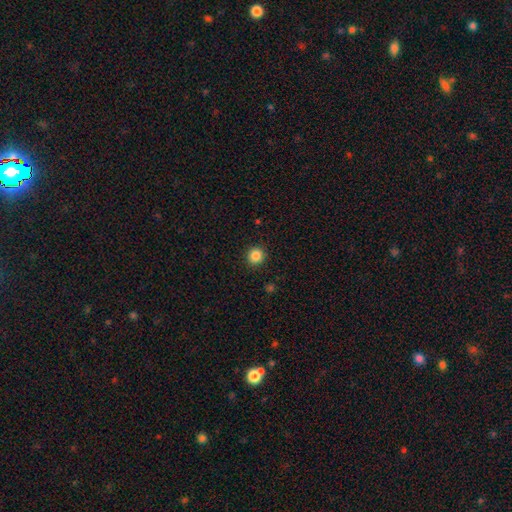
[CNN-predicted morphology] Smooth or featured? Predicted: smooth (p=0.86). How rounded? Predicted: round (p=0.91). Merging? Predicted: none (p=0.92).